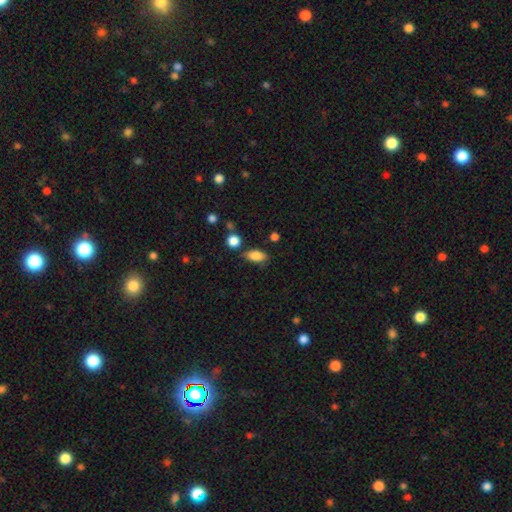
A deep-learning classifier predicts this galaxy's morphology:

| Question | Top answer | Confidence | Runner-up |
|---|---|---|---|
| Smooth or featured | smooth | 84% | star or artifact (9%) |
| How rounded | in between | 87% | round (8%) |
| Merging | none | 73% | minor disturbance (17%) |